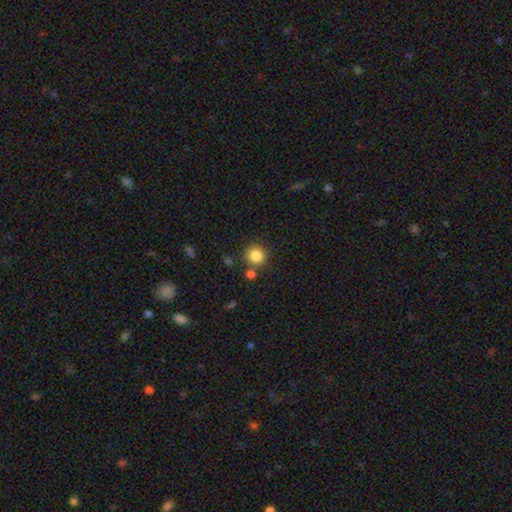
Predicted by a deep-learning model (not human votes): Smooth or featured?
  - smooth: 85% *
  - star or artifact: 10%
  - featured or disk: 5%
How rounded?
  - round: 92% *
  - in between: 7%
  - cigar-shaped: 1%
Merging?
  - none: 80% *
  - merger: 9%
  - minor disturbance: 8%
  - major disturbance: 3%